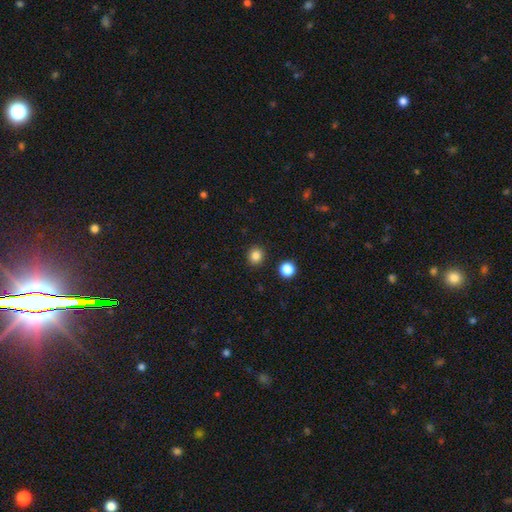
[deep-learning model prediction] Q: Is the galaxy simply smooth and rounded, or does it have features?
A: smooth — 84%.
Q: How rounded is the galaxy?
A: round — 90%.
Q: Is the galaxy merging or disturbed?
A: none — 91%.